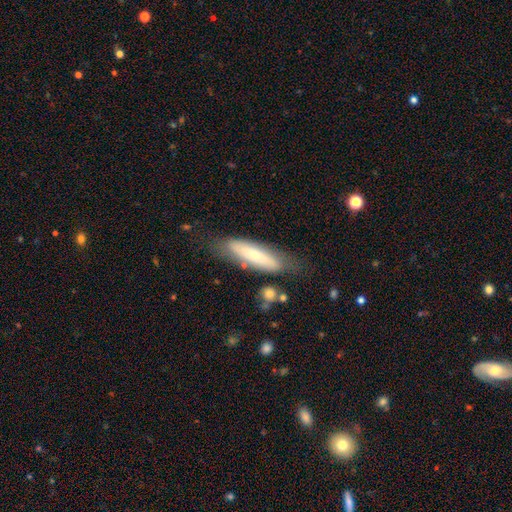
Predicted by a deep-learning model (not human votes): Morphology: type=smooth (61%); roundness=cigar-shaped (68%); merging=none (68%).